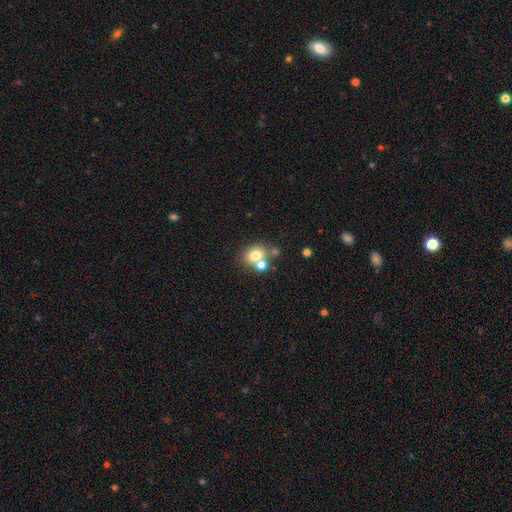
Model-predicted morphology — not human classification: A smooth galaxy with no disk features (73%) that is round (62%). Merging: none (51%).